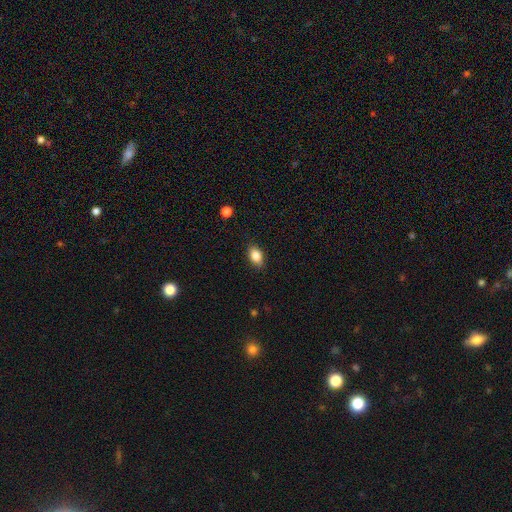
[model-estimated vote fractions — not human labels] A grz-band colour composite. It shows a smooth galaxy with no disk features (85%) that is in between round and cigar-shaped (86%). Merging: none (87%).